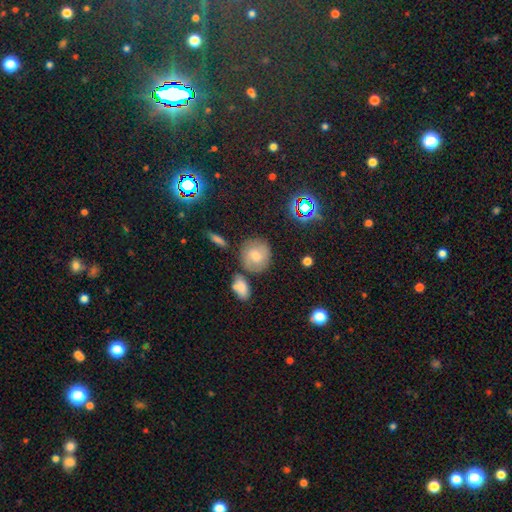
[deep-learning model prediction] Morphology: type=smooth (58%); roundness=round (83%); merging=none (73%).